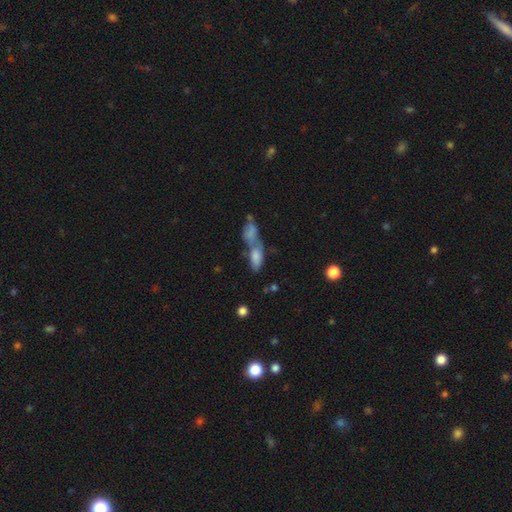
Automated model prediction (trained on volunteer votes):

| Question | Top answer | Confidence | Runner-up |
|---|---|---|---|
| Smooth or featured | smooth | 67% | featured or disk (20%) |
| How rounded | in between | 73% | cigar-shaped (21%) |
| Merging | merger | 65% | none (22%) |